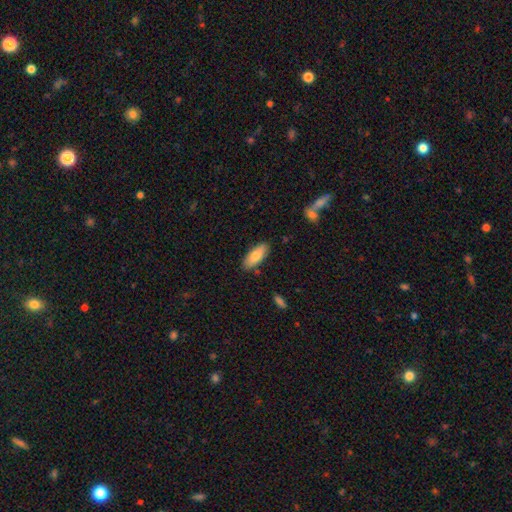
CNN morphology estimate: Smooth or featured? smooth (80%)
How rounded? in between (75%)
Merging? none (84%)